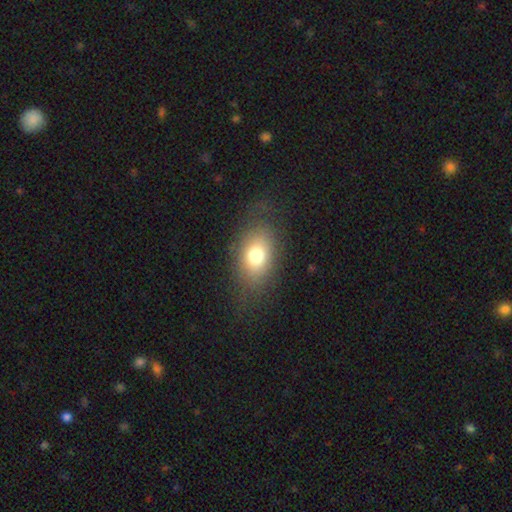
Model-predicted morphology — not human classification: Smooth or featured?
  - smooth: 73% *
  - featured or disk: 16%
  - star or artifact: 11%
How rounded?
  - in between: 80% *
  - round: 18%
  - cigar-shaped: 2%
Merging?
  - none: 73% *
  - minor disturbance: 16%
  - major disturbance: 10%
  - merger: 1%